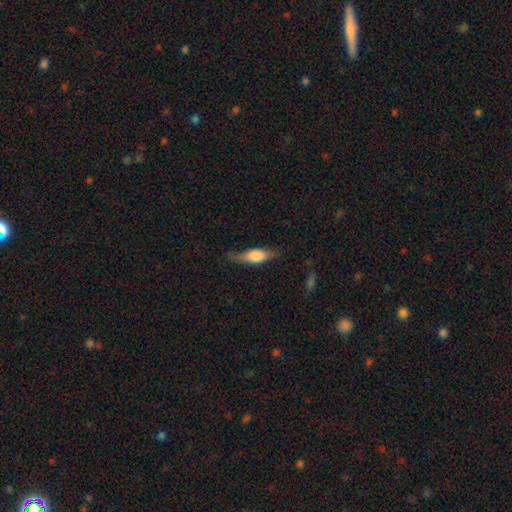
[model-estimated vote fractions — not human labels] Smooth or featured? Predicted: smooth (p=0.64). How rounded? Predicted: in between (p=0.58). Merging? Predicted: none (p=0.60).